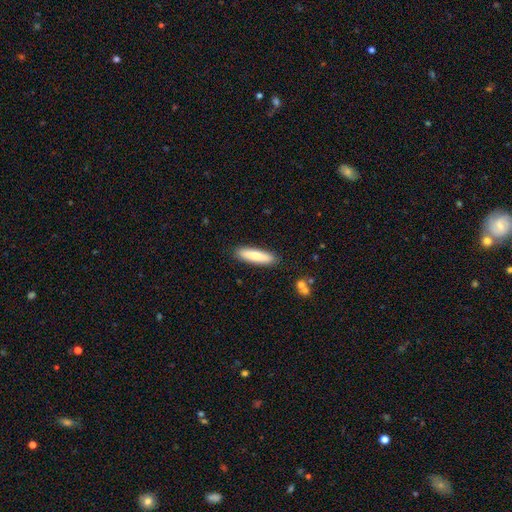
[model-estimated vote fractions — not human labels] Smooth or featured?
  - smooth: 75% *
  - featured or disk: 20%
  - star or artifact: 6%
How rounded?
  - cigar-shaped: 73% *
  - in between: 25%
  - round: 1%
Merging?
  - none: 89% *
  - minor disturbance: 8%
  - major disturbance: 2%
  - merger: 1%